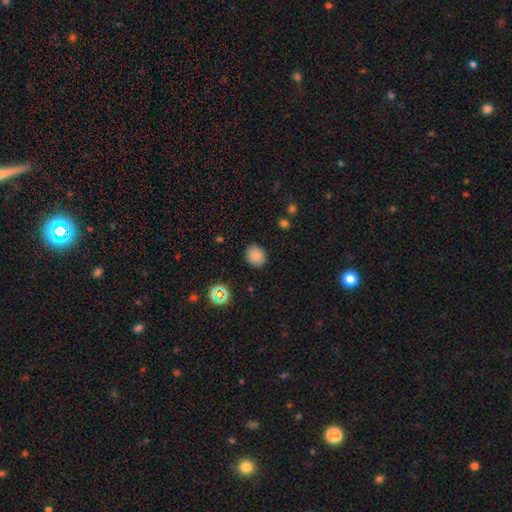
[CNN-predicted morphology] Q: Smooth or featured?
A: smooth (84%); runner-up: star or artifact (13%)
Q: How rounded?
A: round (73%); runner-up: in between (26%)
Q: Merging?
A: none (88%); runner-up: minor disturbance (8%)